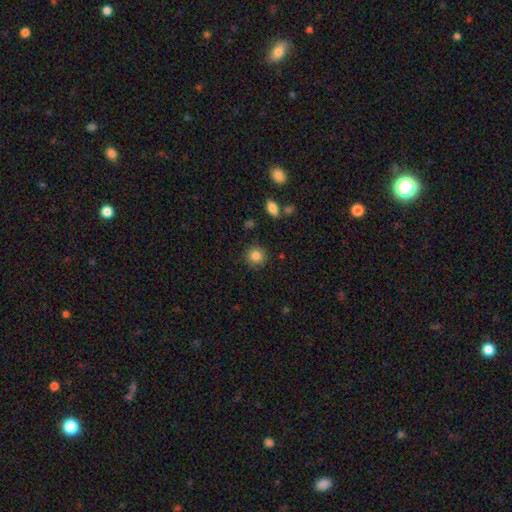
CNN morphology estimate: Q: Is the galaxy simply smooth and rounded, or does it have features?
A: smooth — 84%.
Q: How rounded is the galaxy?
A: round — 92%.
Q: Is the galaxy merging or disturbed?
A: none — 89%.